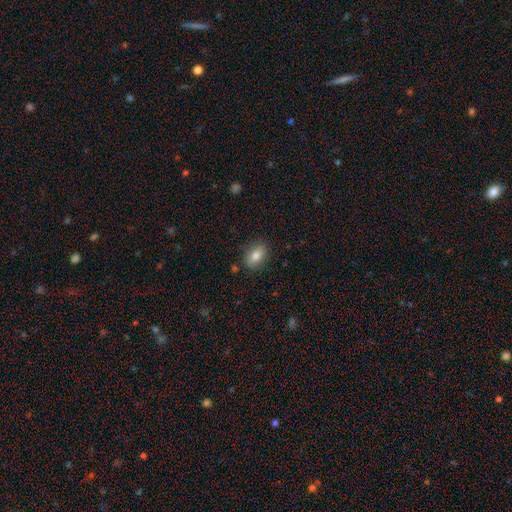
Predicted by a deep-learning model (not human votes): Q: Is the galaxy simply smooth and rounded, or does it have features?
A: smooth — 77%.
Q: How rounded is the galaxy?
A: in between — 82%.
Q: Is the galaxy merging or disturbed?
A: none — 83%.